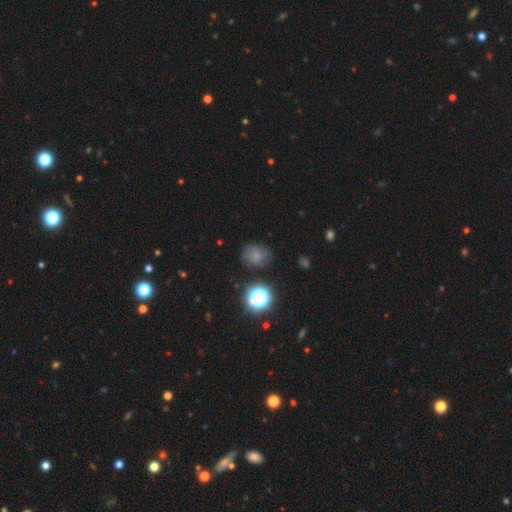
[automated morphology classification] smooth-or-featured: smooth: 63% | star or artifact: 23% | featured or disk: 15%
  how-rounded: round: 61% | in between: 38% | cigar-shaped: 1%
  merging: none: 69% | minor disturbance: 20% | major disturbance: 8% | merger: 3%